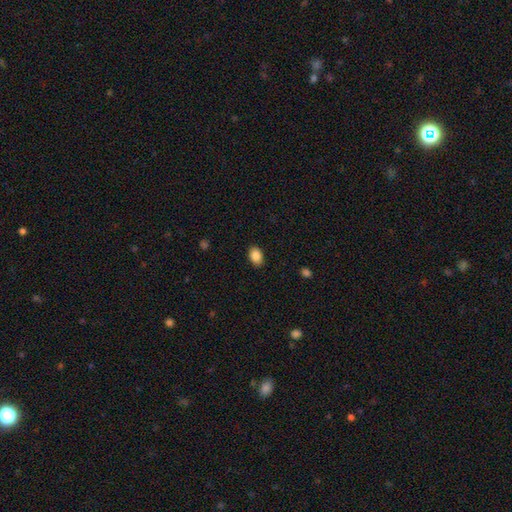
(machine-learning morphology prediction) smooth_or_featured: smooth (p=0.88) [alt: star or artifact p=0.08]
how_rounded: in between (p=0.79) [alt: round p=0.20]
merging: none (p=0.88) [alt: minor disturbance p=0.09]